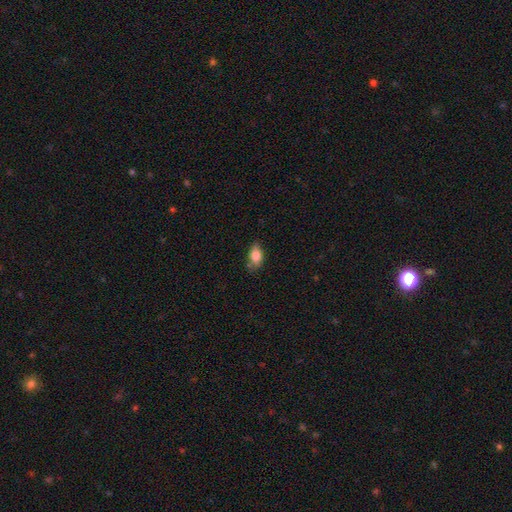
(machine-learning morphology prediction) smooth_or_featured: smooth (p=0.81) [alt: featured or disk p=0.11]
how_rounded: in between (p=0.85) [alt: round p=0.10]
merging: none (p=0.65) [alt: minor disturbance p=0.27]